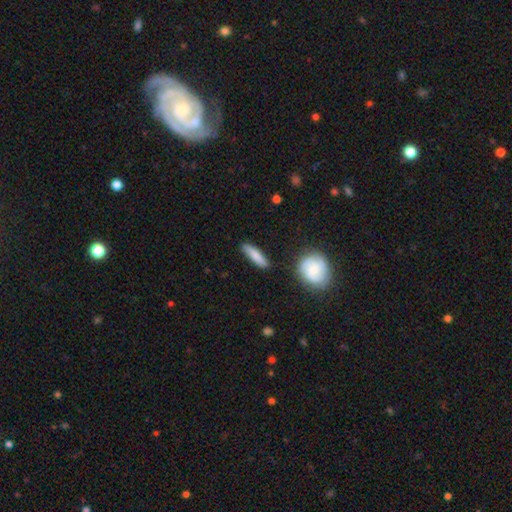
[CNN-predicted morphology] Q: Smooth or featured?
A: smooth (73%); runner-up: featured or disk (21%)
Q: How rounded?
A: cigar-shaped (77%); runner-up: in between (21%)
Q: Merging?
A: none (83%); runner-up: minor disturbance (12%)